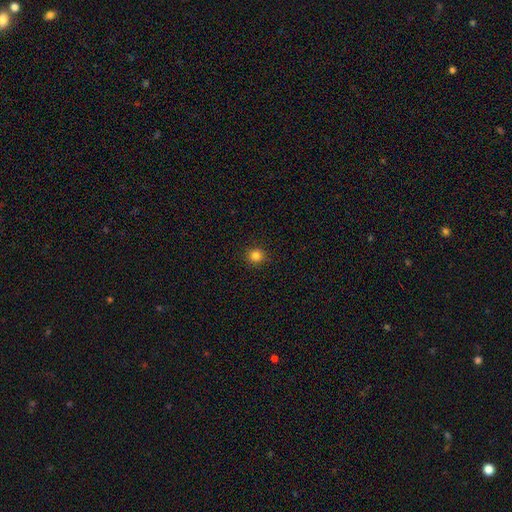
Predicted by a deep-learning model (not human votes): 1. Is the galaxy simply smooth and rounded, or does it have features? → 83% smooth, 13% star or artifact, 4% featured or disk.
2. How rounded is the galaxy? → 91% round, 8% in between, 1% cigar-shaped.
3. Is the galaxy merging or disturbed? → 90% none, 7% minor disturbance, 2% major disturbance, 1% merger.